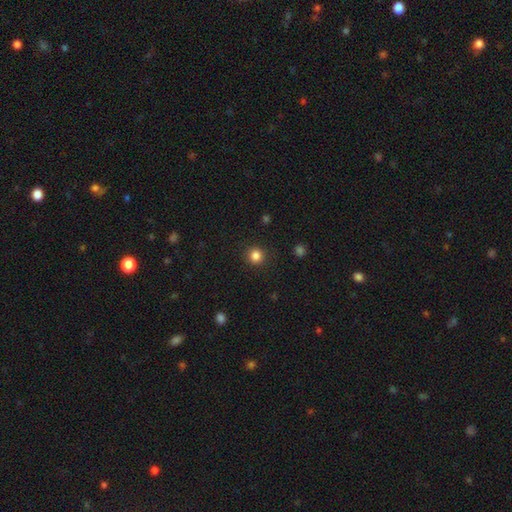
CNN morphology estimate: Smooth or featured?
  - smooth: 84% *
  - star or artifact: 12%
  - featured or disk: 4%
How rounded?
  - round: 93% *
  - in between: 6%
  - cigar-shaped: 1%
Merging?
  - none: 91% *
  - minor disturbance: 6%
  - major disturbance: 2%
  - merger: 1%